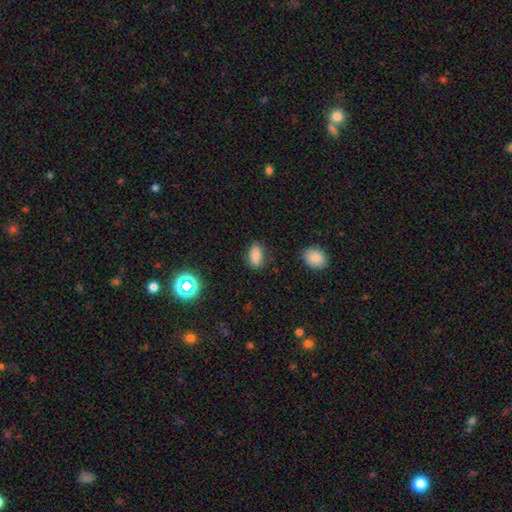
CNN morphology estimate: smooth 82%, star or artifact 11%, featured or disk 7%. Down the decision tree: how rounded — in between (88%); merging — none (78%).